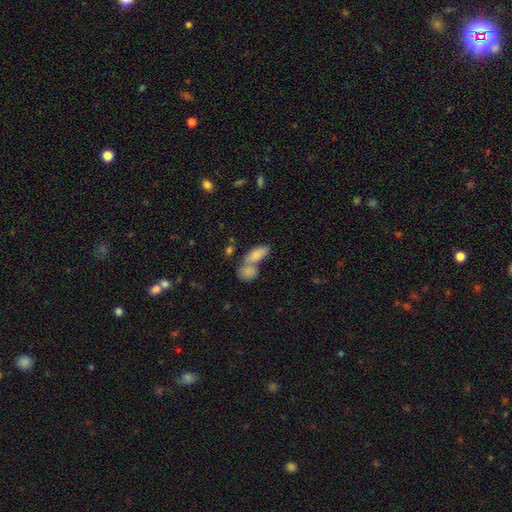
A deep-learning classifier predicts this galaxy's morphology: The model was most divided on "merging": merger: 53%, none: 33%, minor disturbance: 10%, major disturbance: 4%. More confident: how rounded — in between (83%); smooth or featured — smooth (81%).